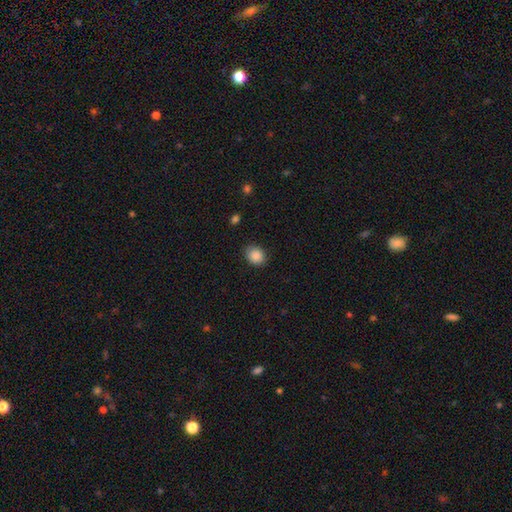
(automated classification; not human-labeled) Morphology: type=smooth (88%); roundness=round (51%); merging=none (84%).